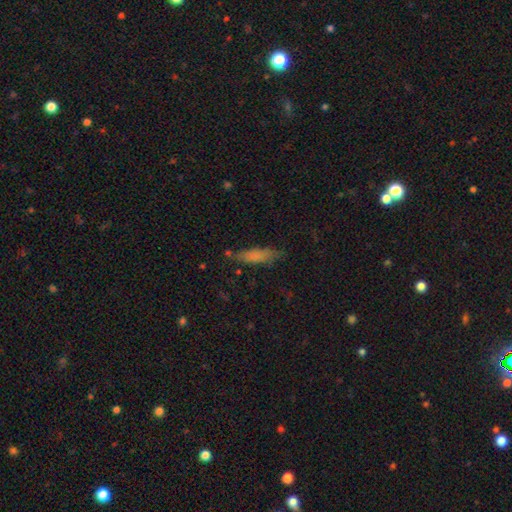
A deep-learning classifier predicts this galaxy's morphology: This is likely a smooth galaxy (76%). How rounded: likely cigar-shaped (68%). Merging: likely none (69%).